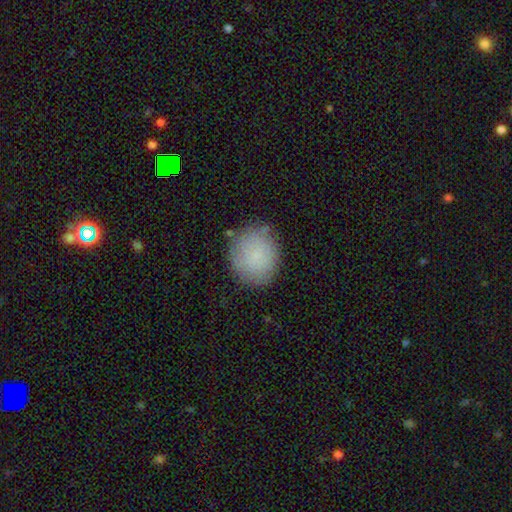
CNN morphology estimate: The model was most divided on "how rounded": round: 80%, in between: 19%, cigar-shaped: 1%. More confident: smooth or featured — smooth (84%); merging — none (81%).